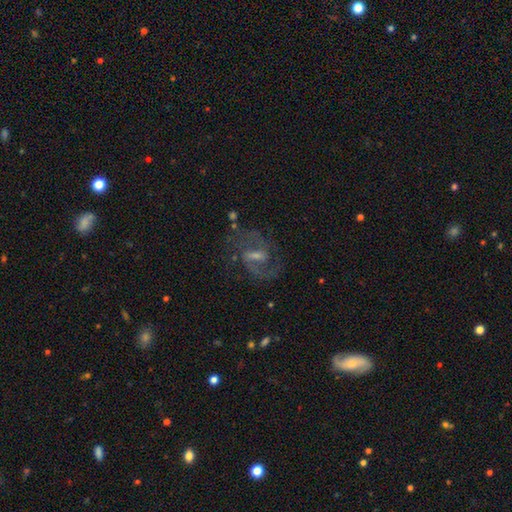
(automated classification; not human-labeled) Morphology: type=featured or disk (84%); edge-on=no (97%); bar=weak (54%); spiral arms=yes (96%); winding=medium (59%); arm count=2 (89%); bulge=small (41%); merging=none (73%).